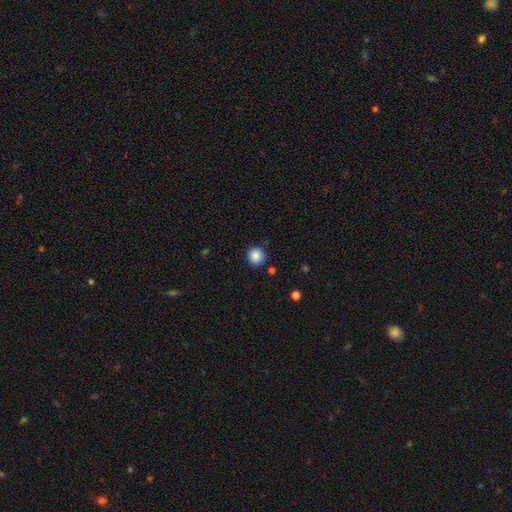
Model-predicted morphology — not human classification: Smooth or featured? smooth (87%)
How rounded? round (93%)
Merging? none (88%)